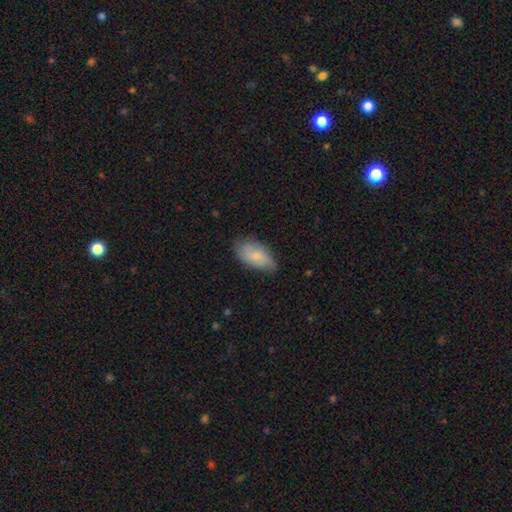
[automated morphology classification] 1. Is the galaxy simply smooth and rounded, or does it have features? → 67% smooth, 26% featured or disk, 6% star or artifact.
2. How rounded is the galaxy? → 93% in between, 4% cigar-shaped, 3% round.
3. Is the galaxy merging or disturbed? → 72% none, 24% minor disturbance, 4% major disturbance, 1% merger.